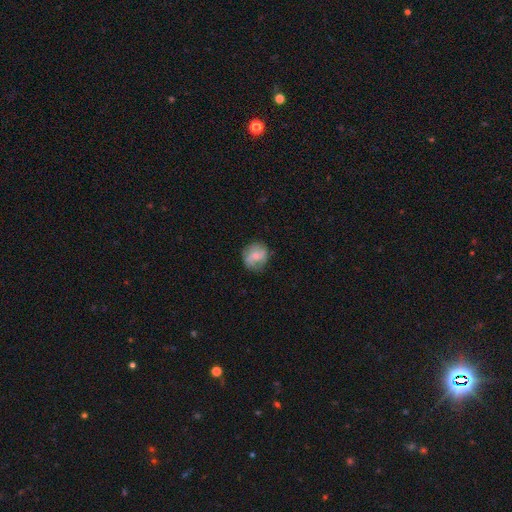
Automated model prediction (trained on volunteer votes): A smooth galaxy with no disk features (52%) that is round (82%). Merging: none (72%).